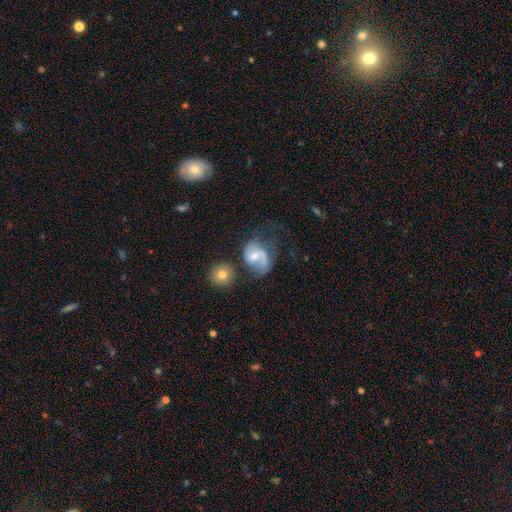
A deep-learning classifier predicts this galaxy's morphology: A featured or disk galaxy (67%) with a weak bar (49%), 2 (68%) loose (44%) spiral arms (87%) and a moderate central bulge (52%). Merging: none (38%).